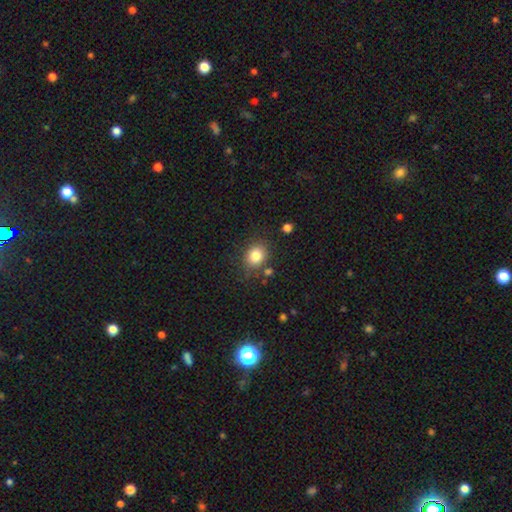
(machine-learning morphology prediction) A smooth galaxy with no disk features (82%) that is round (63%). Merging: none (78%).